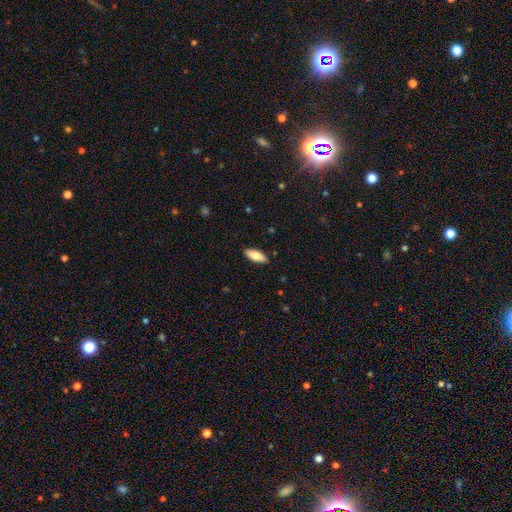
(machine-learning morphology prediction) type=smooth (79%); roundness=in between (78%); merging=none (89%).